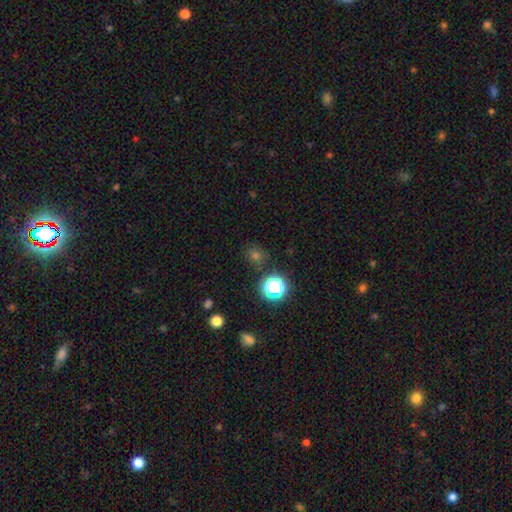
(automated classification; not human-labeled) smooth-or-featured: smooth: 59% | star or artifact: 35% | featured or disk: 6%
  how-rounded: round: 85% | in between: 14% | cigar-shaped: 1%
  merging: none: 83% | minor disturbance: 9% | merger: 4% | major disturbance: 3%